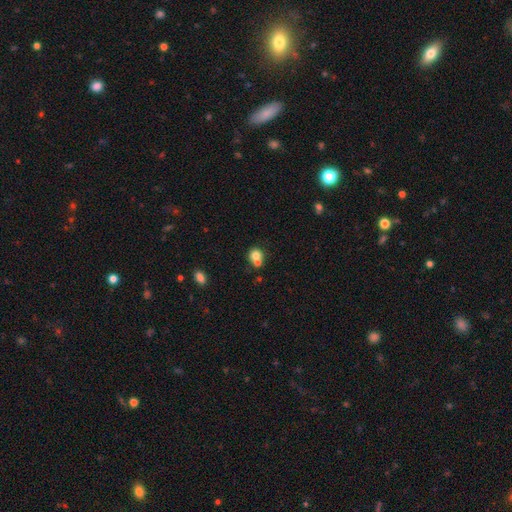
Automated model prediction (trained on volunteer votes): This appears to be a smooth galaxy with no disk features (75%) that is round (81%). Merging: merger (49%).